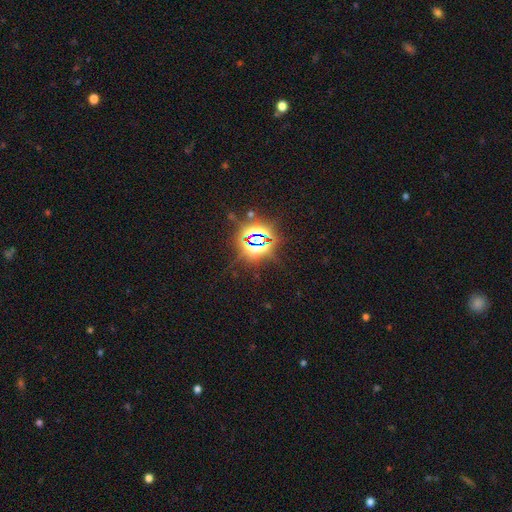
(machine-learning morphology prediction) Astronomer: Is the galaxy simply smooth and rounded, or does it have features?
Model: star or artifact — 86%.